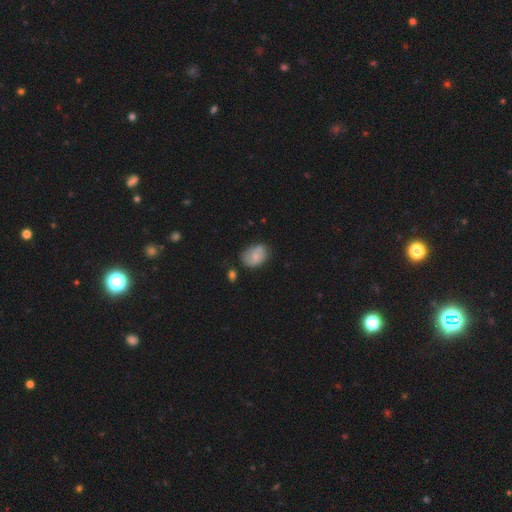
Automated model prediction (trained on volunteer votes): smooth_or_featured: smooth (p=0.67) [alt: featured or disk p=0.25]
how_rounded: in between (p=0.74) [alt: round p=0.24]
merging: none (p=0.62) [alt: minor disturbance p=0.26]